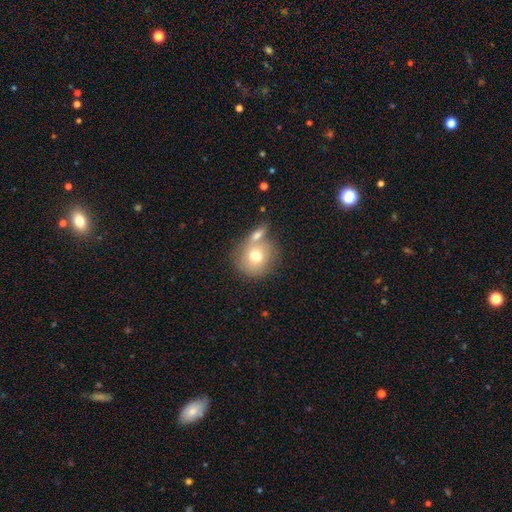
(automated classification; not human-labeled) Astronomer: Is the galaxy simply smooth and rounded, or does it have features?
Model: smooth — 69%.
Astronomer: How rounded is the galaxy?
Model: round — 84%.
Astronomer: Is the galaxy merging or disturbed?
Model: none — 46% (runner-up: merger, 36%).